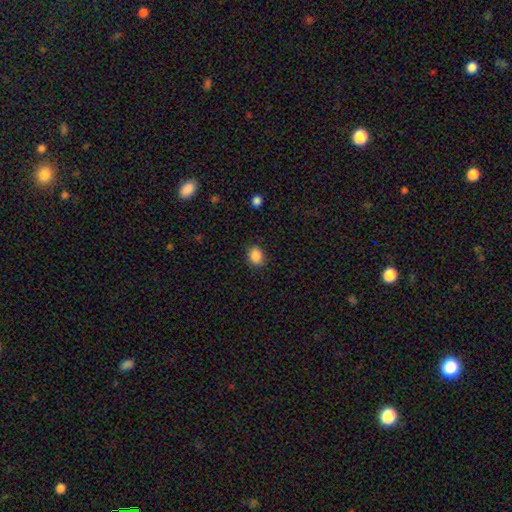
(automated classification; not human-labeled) Smooth or featured? smooth (87%)
How rounded? round (53%)
Merging? none (86%)